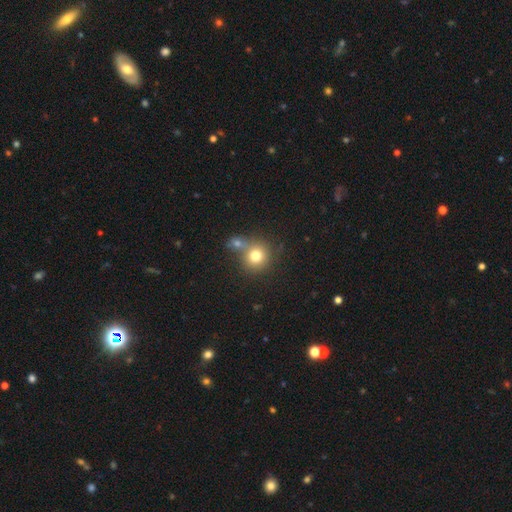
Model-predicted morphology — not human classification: A smooth galaxy with no disk features (77%) that is round (88%). Merging: none (54%).